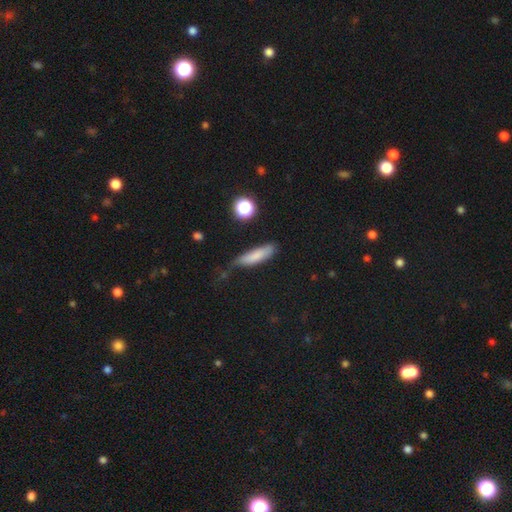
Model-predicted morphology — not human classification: A smooth galaxy with no disk features (79%) that is cigar-shaped (68%).

Vote fractions:
- Smooth or featured? smooth: 79% / featured or disk: 12% / star or artifact: 9%
- How rounded? cigar-shaped: 68% / in between: 29% / round: 3%
- Merging? none: 57% / minor disturbance: 31% / major disturbance: 9% / merger: 4%